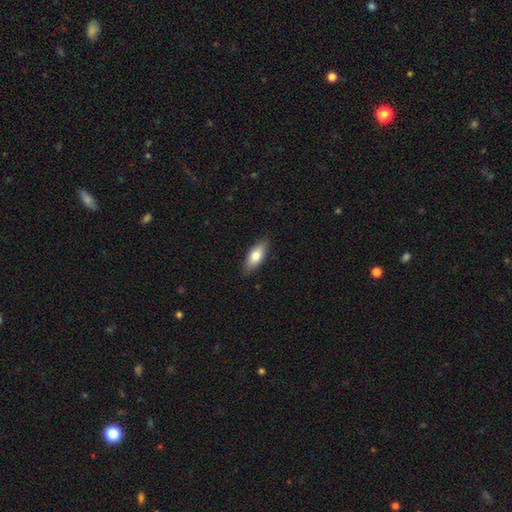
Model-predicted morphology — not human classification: Q: Smooth or featured?
A: smooth (76%); runner-up: featured or disk (18%)
Q: How rounded?
A: in between (79%); runner-up: cigar-shaped (18%)
Q: Merging?
A: none (86%); runner-up: minor disturbance (11%)